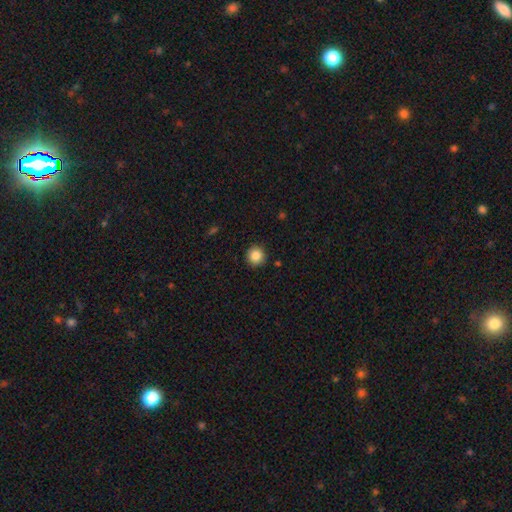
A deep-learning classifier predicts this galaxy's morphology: smooth_or_featured: smooth (p=0.86) [alt: star or artifact p=0.10]
how_rounded: round (p=0.95) [alt: in between p=0.05]
merging: none (p=0.91) [alt: minor disturbance p=0.06]